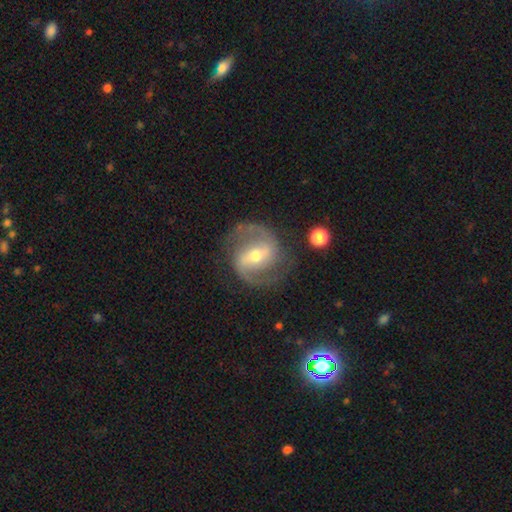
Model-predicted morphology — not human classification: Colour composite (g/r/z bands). It shows a featured or disk galaxy (89%) with a strong bar (45%), 2 (93%) medium (59%) spiral arms (97%) and a moderate central bulge (56%). Merging: none (81%).